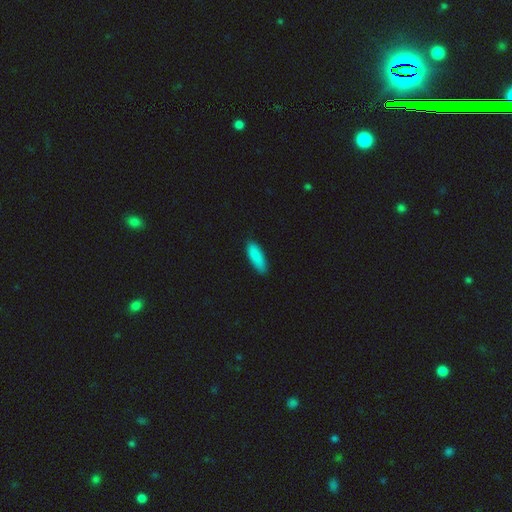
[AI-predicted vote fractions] smooth-or-featured: smooth: 89% | star or artifact: 6% | featured or disk: 5%
  how-rounded: in between: 57% | cigar-shaped: 41% | round: 2%
  merging: none: 85% | minor disturbance: 12% | major disturbance: 2% | merger: 1%